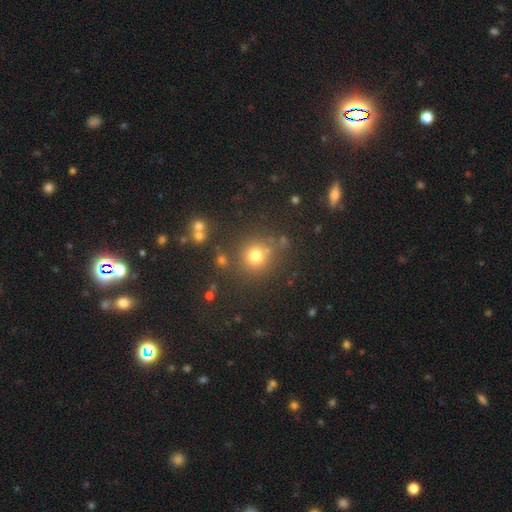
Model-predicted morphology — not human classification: Smooth or featured? Predicted: smooth (p=0.74). How rounded? Predicted: round (p=0.91). Merging? Predicted: none (p=0.76).